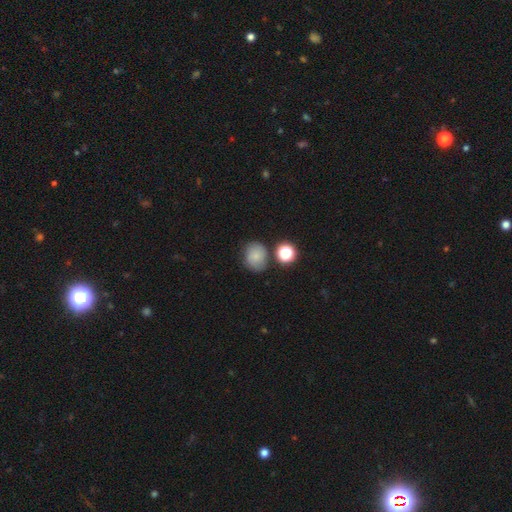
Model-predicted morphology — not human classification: This is likely a smooth galaxy (75%). How rounded: likely round (65%). Merging: likely none (67%).